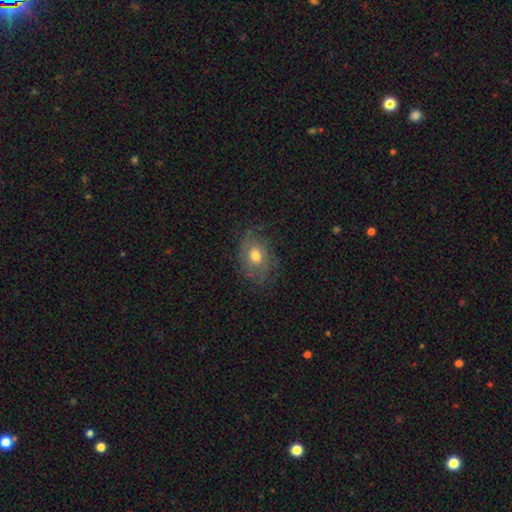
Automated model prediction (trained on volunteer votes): A featured or disk galaxy (49%). Merging: none (66%).